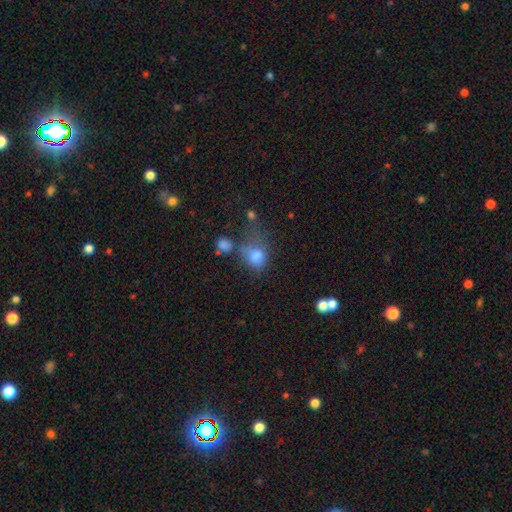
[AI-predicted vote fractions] The model was most divided on "merging": none: 30%, major disturbance: 28%, minor disturbance: 22%, merger: 20%. More confident: smooth or featured — smooth (75%); how rounded — in between (52%).